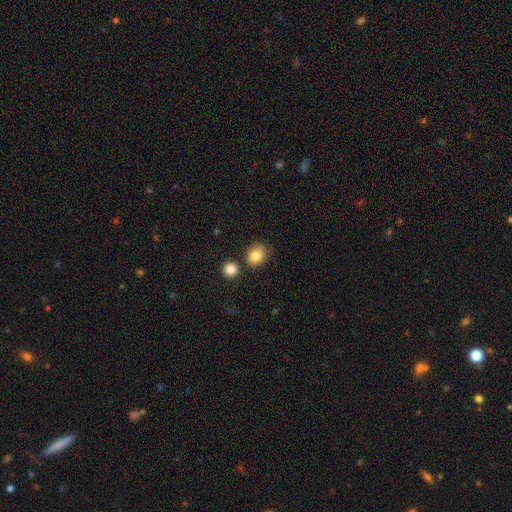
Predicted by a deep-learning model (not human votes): A smooth galaxy with no disk features (83%) that is round (64%).

Vote fractions:
- Smooth or featured? smooth: 83% / star or artifact: 10% / featured or disk: 8%
- How rounded? round: 64% / in between: 35% / cigar-shaped: 1%
- Merging? none: 76% / minor disturbance: 13% / merger: 8% / major disturbance: 3%